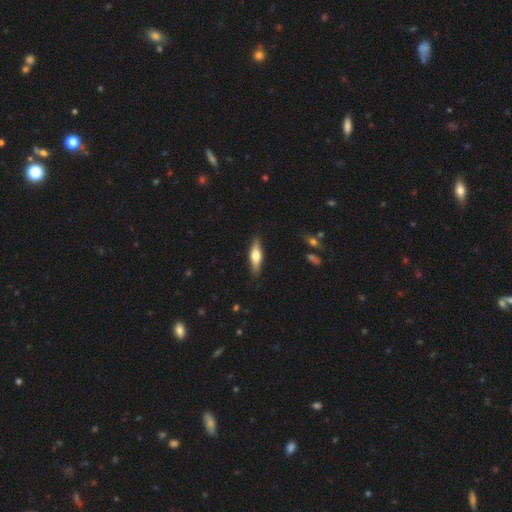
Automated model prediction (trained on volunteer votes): smooth-or-featured: smooth: 52% | featured or disk: 43% | star or artifact: 5%
  how-rounded: cigar-shaped: 58% | in between: 40% | round: 2%
  merging: none: 87% | minor disturbance: 10% | major disturbance: 2% | merger: 1%